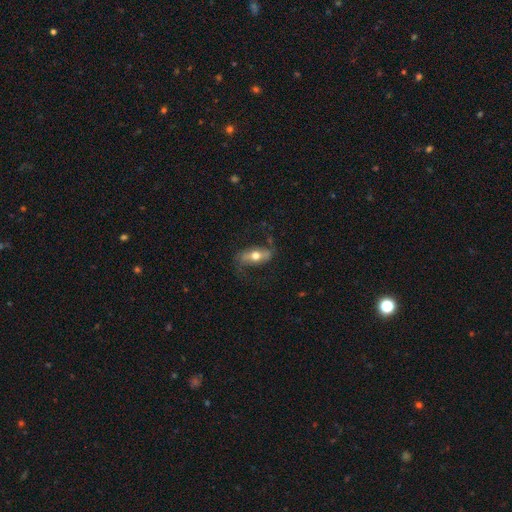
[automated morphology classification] A featured or disk galaxy (55%).

Vote fractions:
- Smooth or featured? featured or disk: 55% / smooth: 38% / star or artifact: 7%
- Edge-on disk? no: 70% / yes: 30%
- Merging? none: 67% / minor disturbance: 19% / major disturbance: 13% / merger: 2%